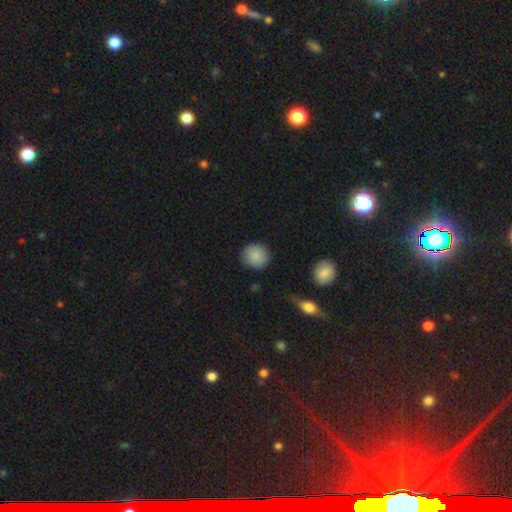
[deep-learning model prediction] Smooth or featured? Predicted: smooth (p=0.88). How rounded? Predicted: round (p=0.90). Merging? Predicted: none (p=0.86).